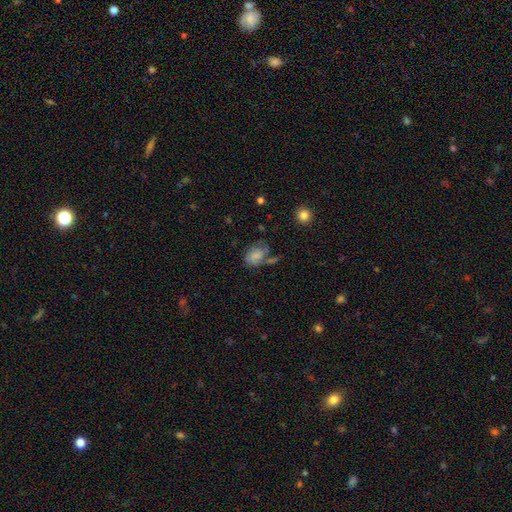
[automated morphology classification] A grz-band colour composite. It shows a smooth galaxy with no disk features (58%) that is in between round and cigar-shaped (74%). Merging: none (38%).